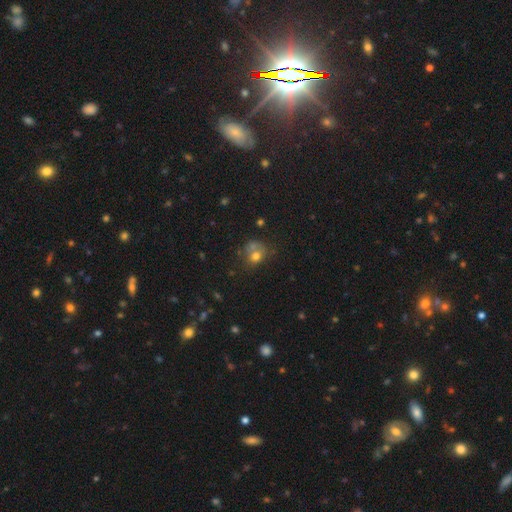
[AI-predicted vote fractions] A smooth galaxy with no disk features (68%) that is round (62%). Merging: none (39%).